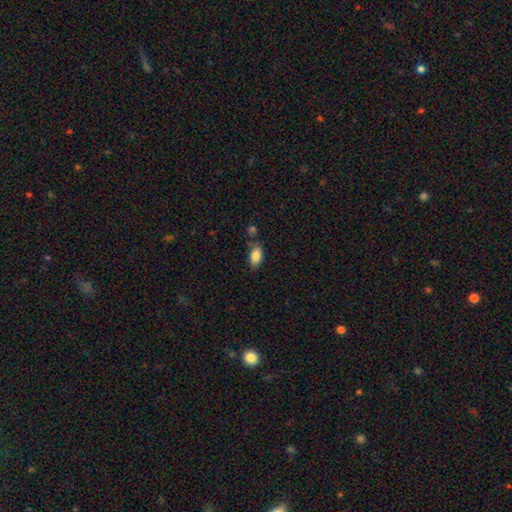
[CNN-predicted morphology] A smooth galaxy with no disk features (84%) that is in between round and cigar-shaped (91%). Merging: none (69%).